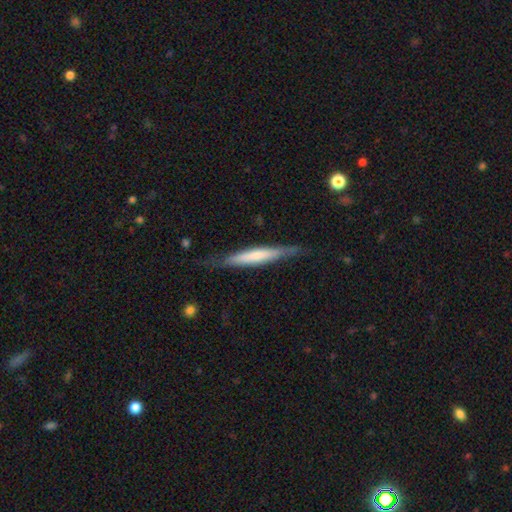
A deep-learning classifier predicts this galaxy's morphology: Smooth or featured? Predicted: smooth (p=0.53). How rounded? Predicted: cigar-shaped (p=0.93). Merging? Predicted: none (p=0.78).